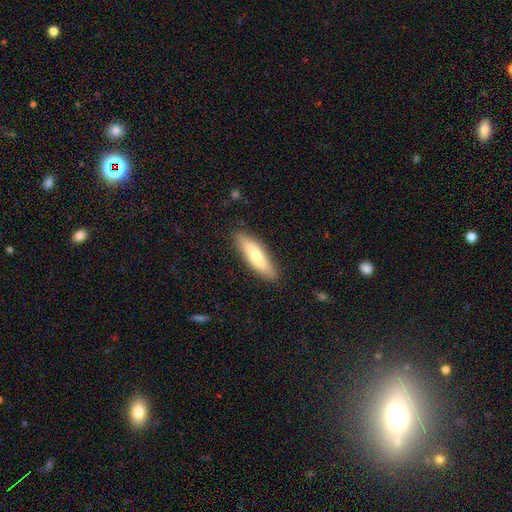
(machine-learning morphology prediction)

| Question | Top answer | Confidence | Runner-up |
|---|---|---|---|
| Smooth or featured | smooth | 66% | featured or disk (29%) |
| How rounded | cigar-shaped | 64% | in between (34%) |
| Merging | none | 88% | minor disturbance (9%) |